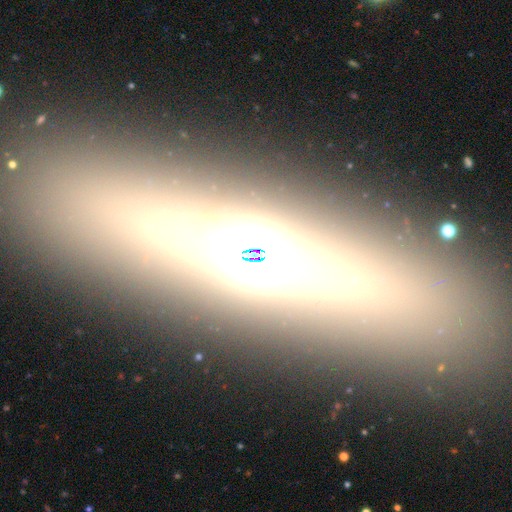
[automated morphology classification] Smooth or featured? featured or disk (59%)
Edge-on disk? yes (86%)
Edge-on bulge? rounded (86%)
Merging? none (87%)